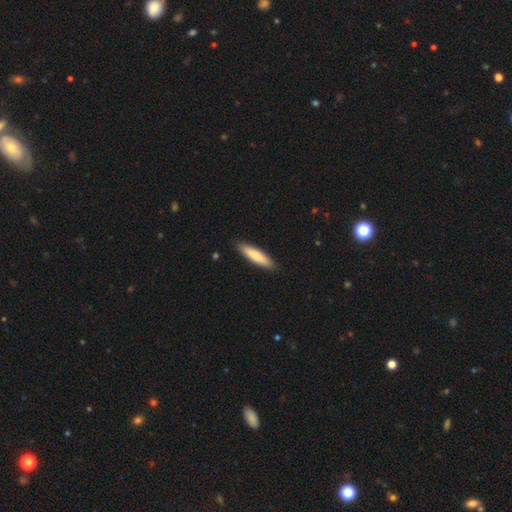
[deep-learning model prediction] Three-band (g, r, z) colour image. It shows a smooth galaxy with no disk features (77%) that is cigar-shaped (77%). Merging: none (90%).